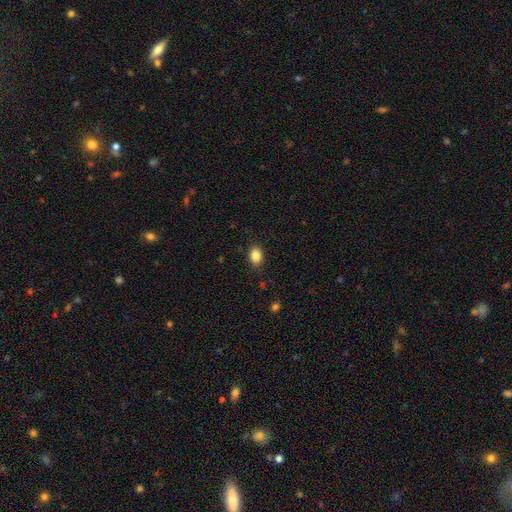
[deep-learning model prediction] A smooth galaxy with no disk features (86%) that is in between round and cigar-shaped (73%).

Vote fractions:
- Smooth or featured? smooth: 86% / star or artifact: 9% / featured or disk: 5%
- How rounded? in between: 73% / round: 26% / cigar-shaped: 1%
- Merging? none: 86% / minor disturbance: 10% / major disturbance: 3% / merger: 1%